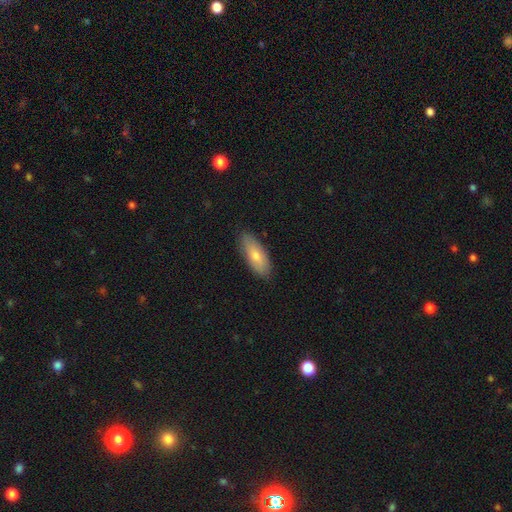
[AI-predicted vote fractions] This is likely a smooth galaxy (71%). How rounded: likely in between (77%). Merging: clearly none (86%).